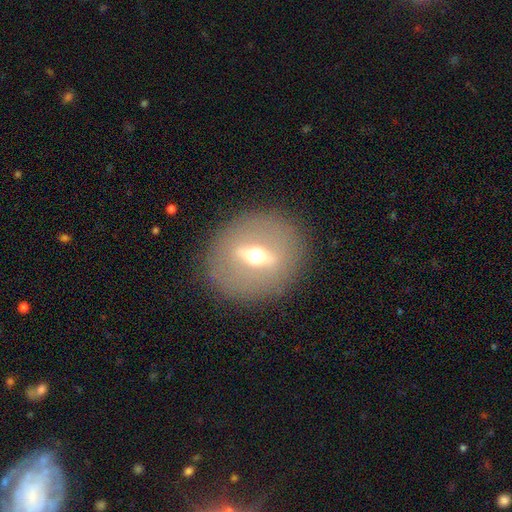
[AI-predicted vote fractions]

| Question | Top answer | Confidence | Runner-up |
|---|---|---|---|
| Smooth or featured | featured or disk | 70% | smooth (21%) |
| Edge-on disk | no | 55% | yes (45%) |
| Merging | none | 87% | minor disturbance (8%) |